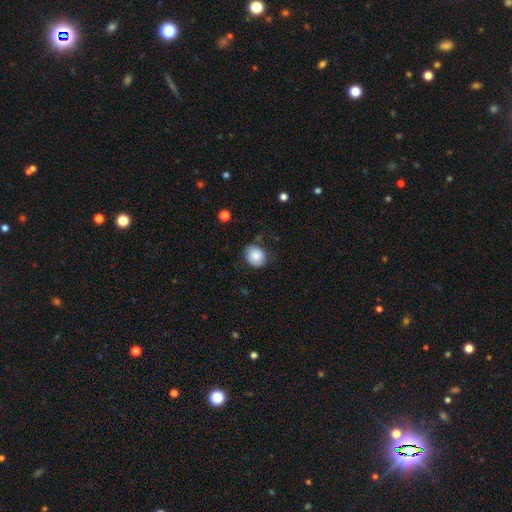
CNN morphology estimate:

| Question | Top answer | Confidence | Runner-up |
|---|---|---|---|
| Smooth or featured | smooth | 84% | featured or disk (8%) |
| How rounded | round | 72% | in between (27%) |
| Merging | none | 73% | minor disturbance (21%) |